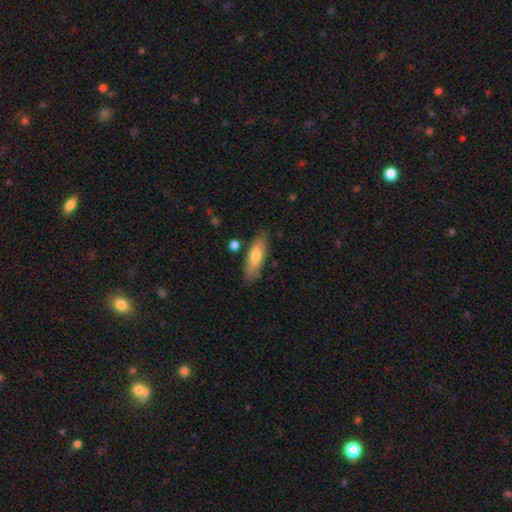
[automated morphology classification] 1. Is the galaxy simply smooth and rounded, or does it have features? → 68% smooth, 26% featured or disk, 6% star or artifact.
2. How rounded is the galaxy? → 56% in between, 42% cigar-shaped, 2% round.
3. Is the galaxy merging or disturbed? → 79% none, 14% minor disturbance, 4% merger, 3% major disturbance.